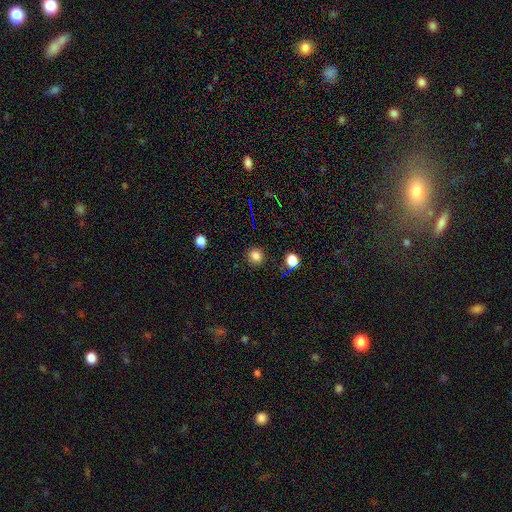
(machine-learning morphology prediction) type=smooth (81%); roundness=round (89%); merging=none (89%).